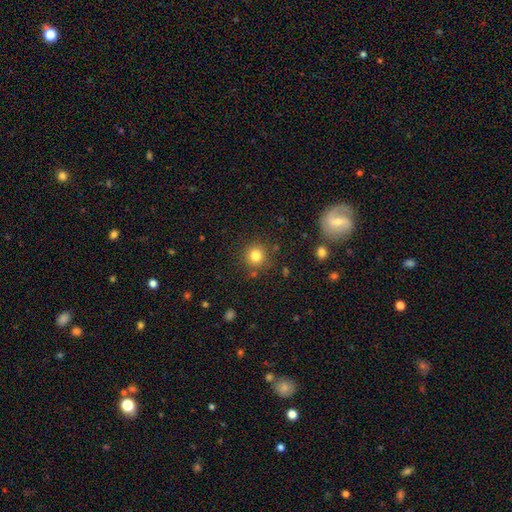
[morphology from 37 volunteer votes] Smooth or featured?
  - smooth: 86% *
  - featured or disk: 8%
  - star or artifact: 5%
How rounded?
  - round: 97% *
  - in between: 3%
  - cigar-shaped: 0%
Merging?
  - none: 89% *
  - minor disturbance: 6%
  - major disturbance: 6%
  - merger: 0%